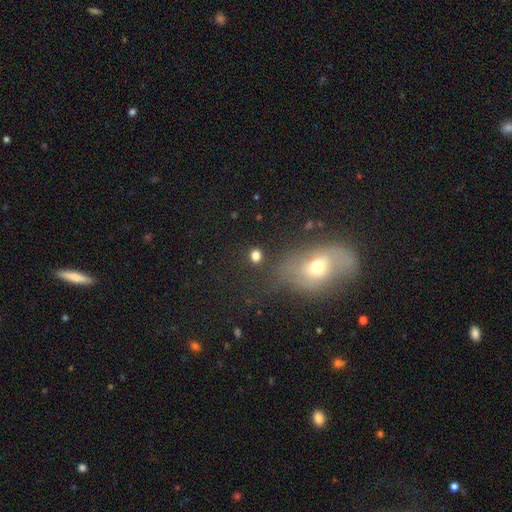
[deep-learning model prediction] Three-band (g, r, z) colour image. It shows a smooth galaxy with no disk features (79%) that is round (63%). Merging: none (82%).